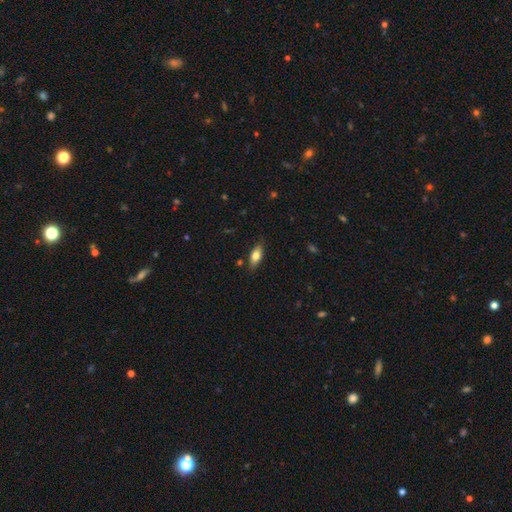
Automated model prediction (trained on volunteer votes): smooth-or-featured: smooth: 73% | featured or disk: 20% | star or artifact: 7%
  how-rounded: in between: 79% | cigar-shaped: 18% | round: 3%
  merging: none: 82% | minor disturbance: 14% | major disturbance: 3% | merger: 2%